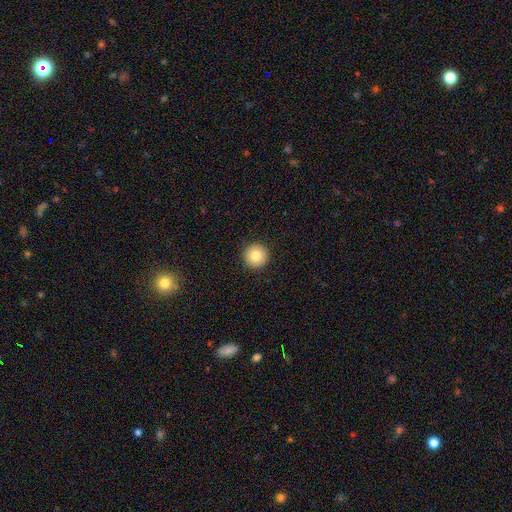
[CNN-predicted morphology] Smooth or featured? smooth (83%)
How rounded? round (97%)
Merging? none (93%)